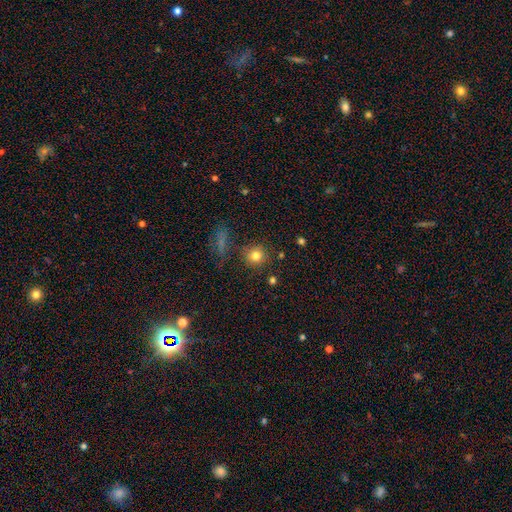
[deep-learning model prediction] A smooth galaxy with no disk features (80%) that is round (91%). Merging: none (81%).